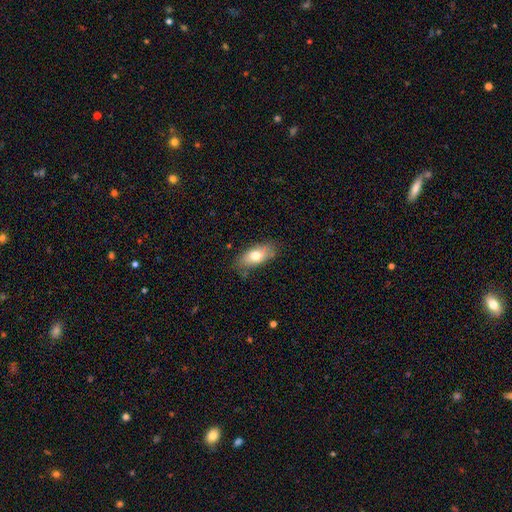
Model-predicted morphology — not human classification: Smooth or featured?
  - smooth: 73% *
  - featured or disk: 20%
  - star or artifact: 7%
How rounded?
  - in between: 87% *
  - cigar-shaped: 9%
  - round: 4%
Merging?
  - none: 76% *
  - minor disturbance: 18%
  - major disturbance: 4%
  - merger: 2%